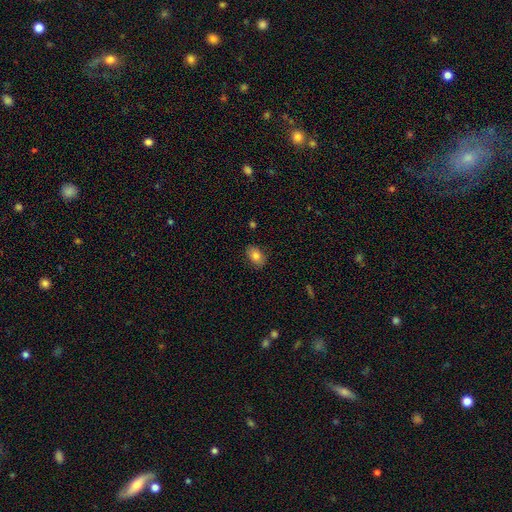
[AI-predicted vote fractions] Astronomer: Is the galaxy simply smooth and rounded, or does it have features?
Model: smooth — 81%.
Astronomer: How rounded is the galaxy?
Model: in between — 86%.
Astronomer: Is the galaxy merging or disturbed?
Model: none — 85%.